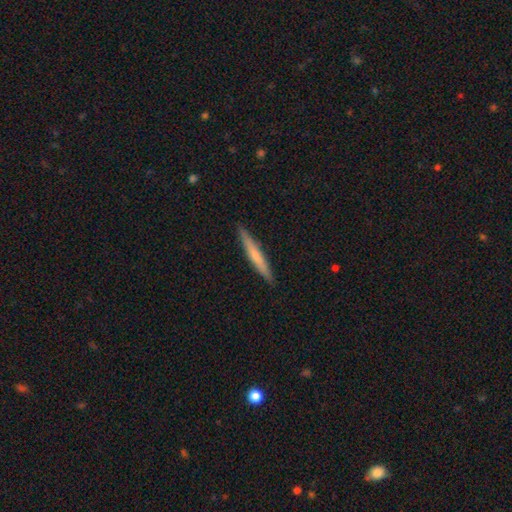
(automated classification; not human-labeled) A smooth galaxy with no disk features (58%) that is cigar-shaped (96%).

Vote fractions:
- Smooth or featured? smooth: 58% / featured or disk: 37% / star or artifact: 5%
- How rounded? cigar-shaped: 96% / in between: 3% / round: 1%
- Merging? none: 91% / minor disturbance: 7% / major disturbance: 1% / merger: 1%